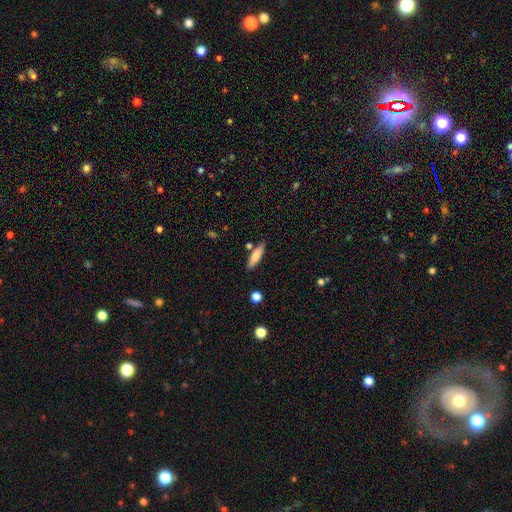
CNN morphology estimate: A smooth galaxy with no disk features (73%) that is cigar-shaped (64%). Merging: none (81%).